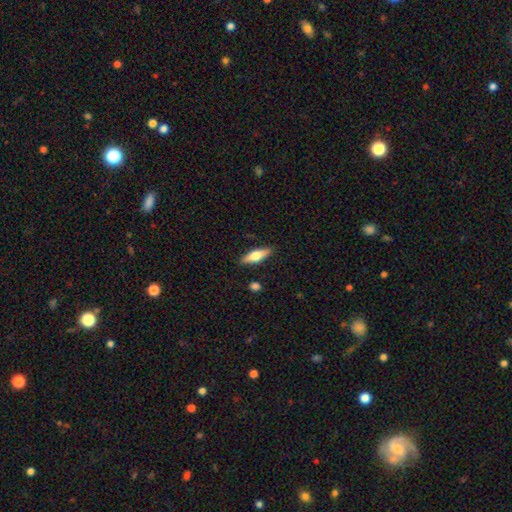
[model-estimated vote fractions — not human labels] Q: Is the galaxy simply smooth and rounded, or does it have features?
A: smooth — 51%.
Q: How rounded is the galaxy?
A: cigar-shaped — 53%.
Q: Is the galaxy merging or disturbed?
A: none — 87%.